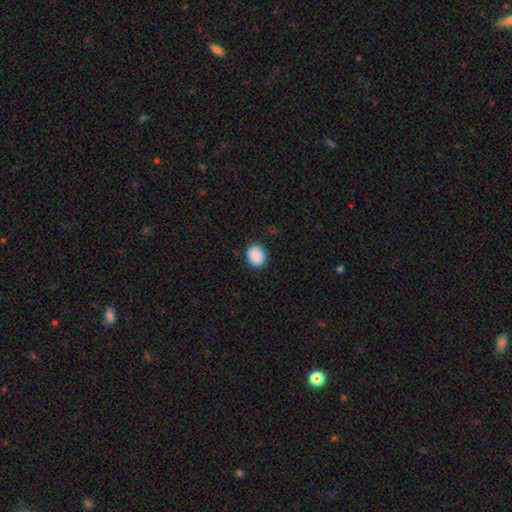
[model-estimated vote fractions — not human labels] smooth-or-featured: smooth: 90% | star or artifact: 7% | featured or disk: 3%
  how-rounded: round: 50% | in between: 49% | cigar-shaped: 1%
  merging: none: 86% | minor disturbance: 11% | major disturbance: 2% | merger: 1%